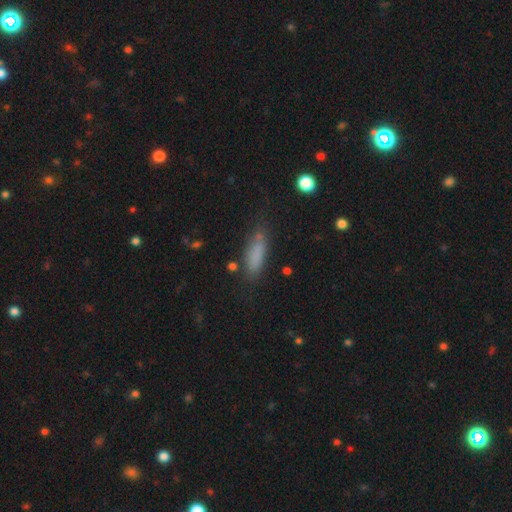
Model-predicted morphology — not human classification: smooth 80%, featured or disk 12%, star or artifact 9%. Down the decision tree: how rounded — cigar-shaped (53%); merging — none (69%).